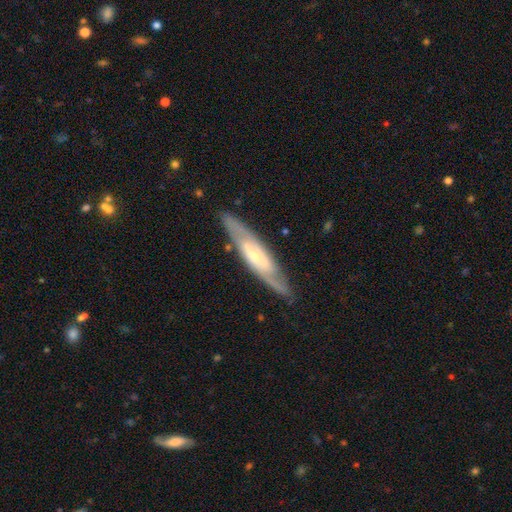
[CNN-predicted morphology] Smooth or featured: featured or disk — 75% (smooth — 20%)
Edge-on disk: no — 63% (yes — 37%)
Merging: none — 82% (minor disturbance — 13%)